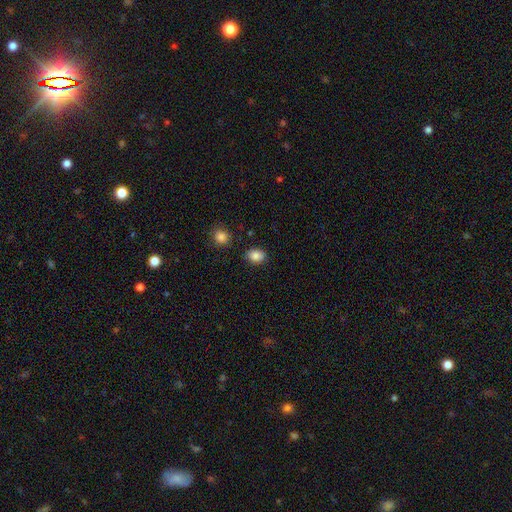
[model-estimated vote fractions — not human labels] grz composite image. It shows a smooth galaxy with no disk features (85%) that is in between round and cigar-shaped (62%). Merging: none (83%).